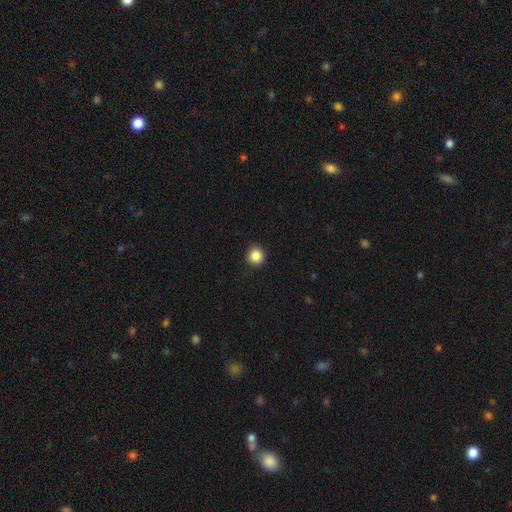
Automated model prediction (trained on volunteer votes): Smooth or featured: smooth — 87% (star or artifact — 10%)
How rounded: round — 93% (in between — 6%)
Merging: none — 91% (minor disturbance — 6%)